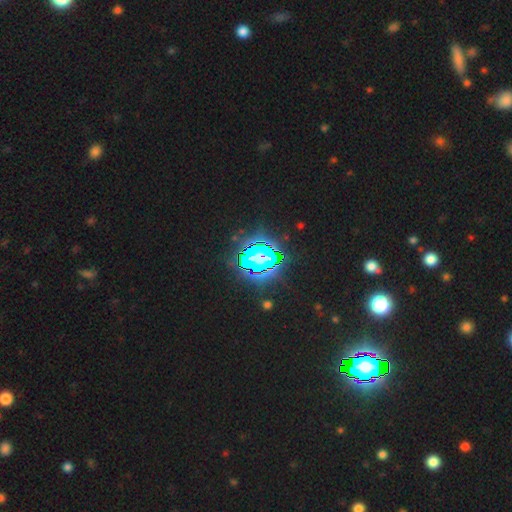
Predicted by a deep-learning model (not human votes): Smooth or featured? Predicted: star or artifact (p=0.64).